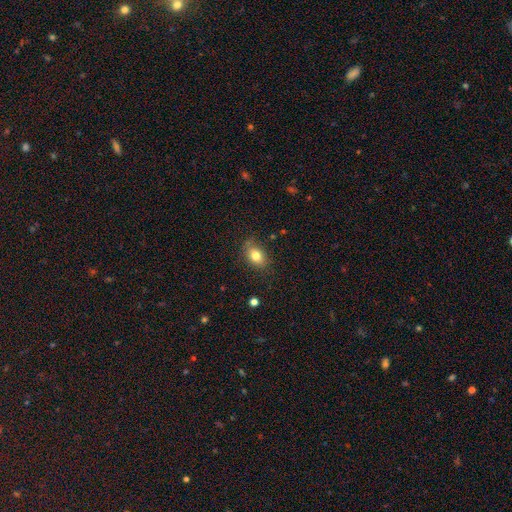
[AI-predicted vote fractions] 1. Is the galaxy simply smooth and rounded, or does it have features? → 79% smooth, 11% featured or disk, 10% star or artifact.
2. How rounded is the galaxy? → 79% in between, 19% round, 2% cigar-shaped.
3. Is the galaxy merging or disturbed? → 78% none, 17% minor disturbance, 4% major disturbance, 2% merger.